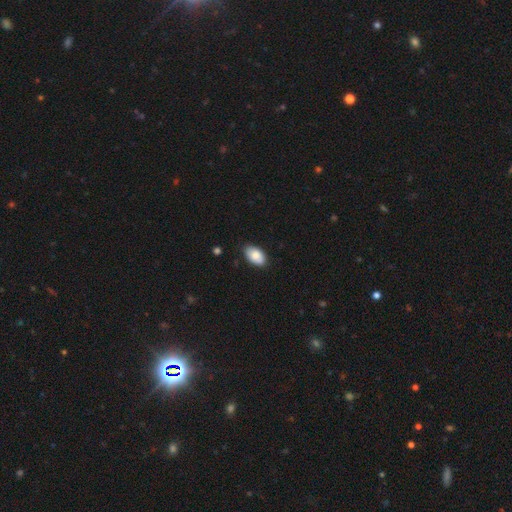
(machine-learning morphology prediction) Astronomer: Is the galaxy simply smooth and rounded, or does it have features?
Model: smooth — 85%.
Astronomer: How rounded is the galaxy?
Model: in between — 94%.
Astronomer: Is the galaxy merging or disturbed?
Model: none — 84%.